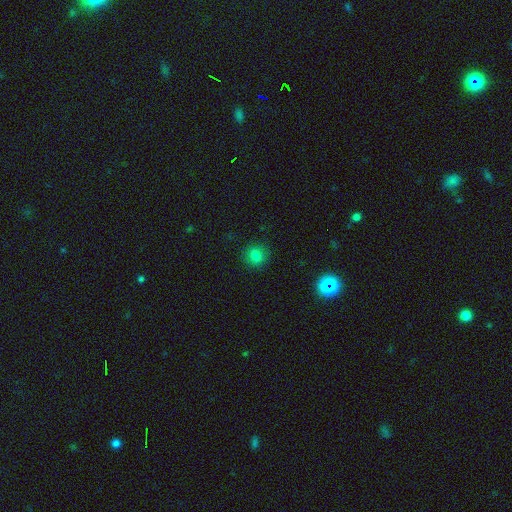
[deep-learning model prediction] Q: Smooth or featured?
A: smooth (79%); runner-up: star or artifact (15%)
Q: How rounded?
A: round (89%); runner-up: in between (10%)
Q: Merging?
A: none (90%); runner-up: minor disturbance (7%)